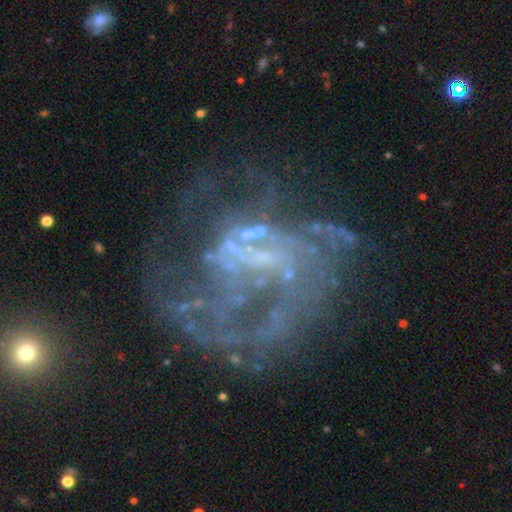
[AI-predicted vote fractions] This appears to be a featured or disk galaxy (75%) with no bar (58%), spiral arms (59%) and no central bulge (61%). Merging: major disturbance (44%).